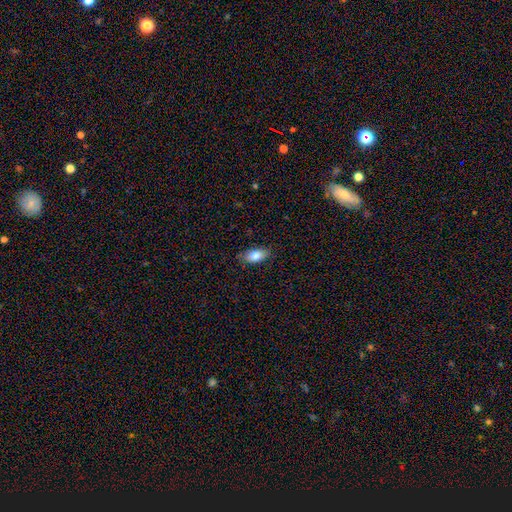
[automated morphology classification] Q: Smooth or featured?
A: smooth (81%); runner-up: featured or disk (12%)
Q: How rounded?
A: in between (89%); runner-up: cigar-shaped (8%)
Q: Merging?
A: none (85%); runner-up: minor disturbance (12%)